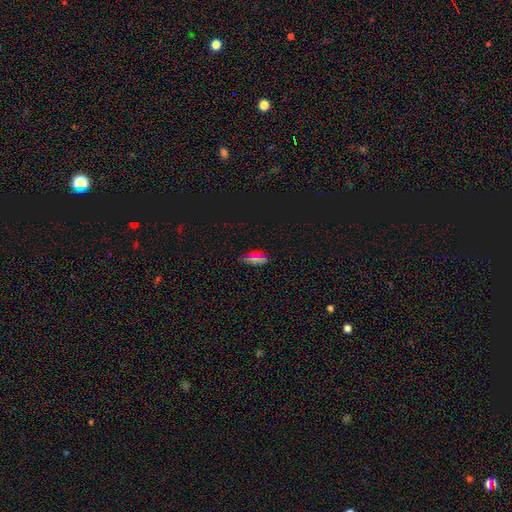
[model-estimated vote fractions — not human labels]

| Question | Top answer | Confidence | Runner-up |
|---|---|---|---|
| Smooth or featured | smooth | 58% | star or artifact (34%) |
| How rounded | in between | 84% | cigar-shaped (10%) |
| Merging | none | 81% | minor disturbance (14%) |